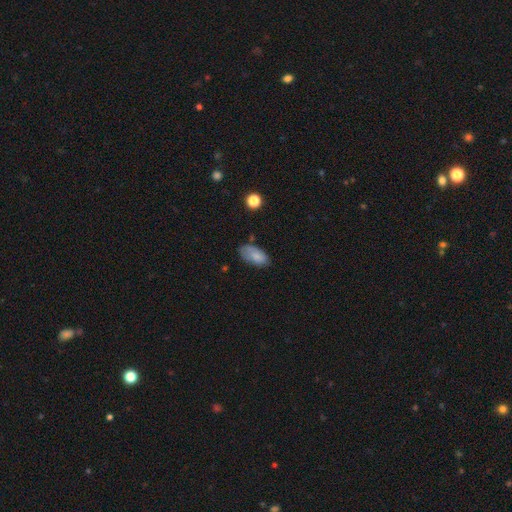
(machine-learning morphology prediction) smooth-or-featured: smooth: 80% | featured or disk: 12% | star or artifact: 8%
  how-rounded: in between: 92% | cigar-shaped: 4% | round: 3%
  merging: none: 64% | minor disturbance: 26% | major disturbance: 7% | merger: 3%